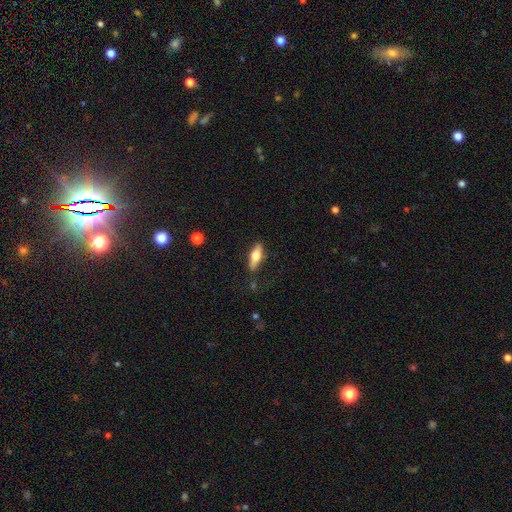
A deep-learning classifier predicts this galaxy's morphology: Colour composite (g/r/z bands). It shows a smooth galaxy with no disk features (56%) that is in between round and cigar-shaped (59%). Merging: none (82%).